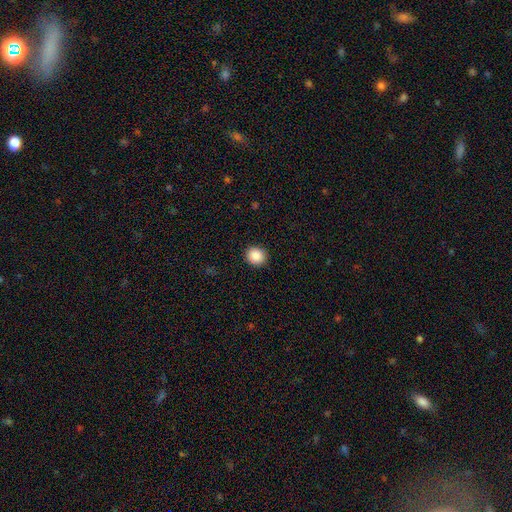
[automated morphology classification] This is clearly a smooth galaxy (88%). How rounded: clearly round (82%). Merging: clearly none (91%).